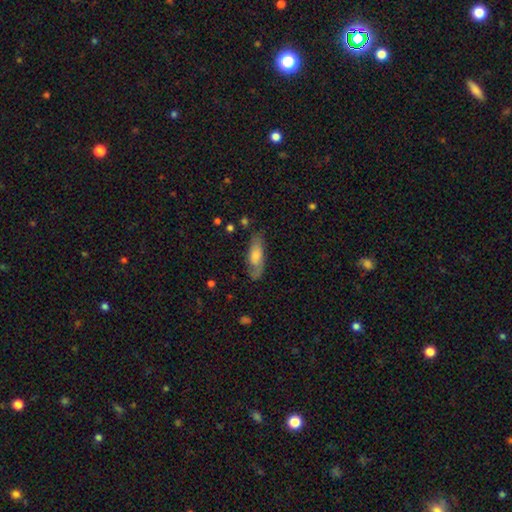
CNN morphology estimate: A smooth galaxy with no disk features (52%) that is in between round and cigar-shaped (59%). Merging: none (73%).